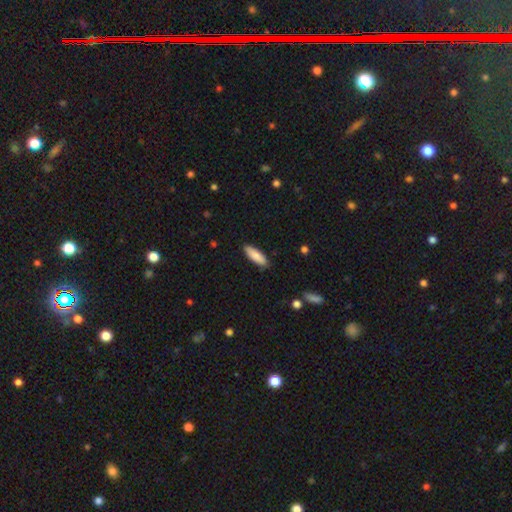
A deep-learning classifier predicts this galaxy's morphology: Smooth or featured?
  - smooth: 86% *
  - featured or disk: 8%
  - star or artifact: 6%
How rounded?
  - in between: 52% *
  - cigar-shaped: 47%
  - round: 2%
Merging?
  - none: 88% *
  - minor disturbance: 9%
  - major disturbance: 2%
  - merger: 1%